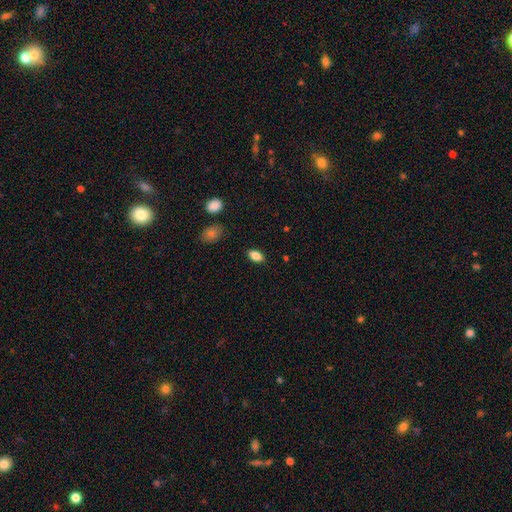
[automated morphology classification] smooth 84%, star or artifact 8%, featured or disk 7%. Down the decision tree: how rounded — in between (90%); merging — none (87%).